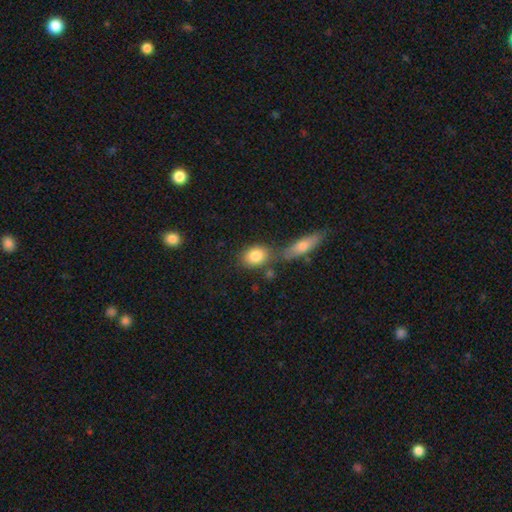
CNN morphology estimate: A smooth galaxy with no disk features (83%) that is in between round and cigar-shaped (67%).

Vote fractions:
- Smooth or featured? smooth: 83% / featured or disk: 10% / star or artifact: 8%
- How rounded? in between: 67% / round: 29% / cigar-shaped: 3%
- Merging? none: 61% / merger: 22% / minor disturbance: 13% / major disturbance: 4%